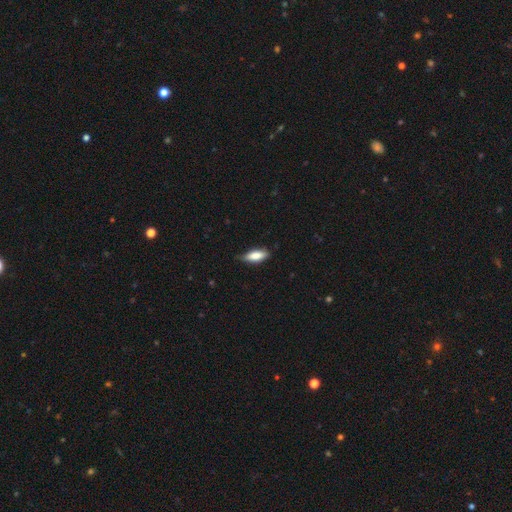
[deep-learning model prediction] This is clearly a smooth galaxy (81%). How rounded: likely in between (71%). Merging: likely none (75%).